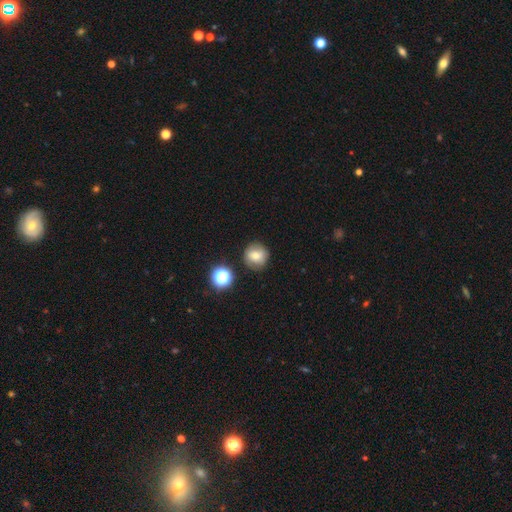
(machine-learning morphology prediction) The model was most divided on "smooth or featured": smooth: 64%, featured or disk: 23%, star or artifact: 13%. More confident: how rounded — round (92%); merging — none (84%).